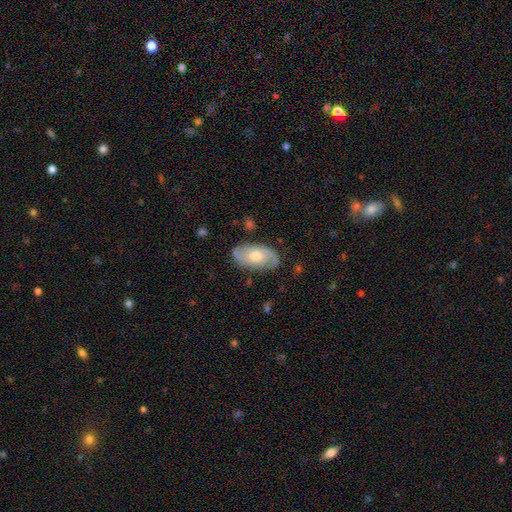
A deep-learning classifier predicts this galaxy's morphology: This appears to be a featured or disk galaxy (68%) with no bar (68%), 2 (80%) medium (43%) spiral arms (88%) and a moderate central bulge (69%). Merging: none (80%).